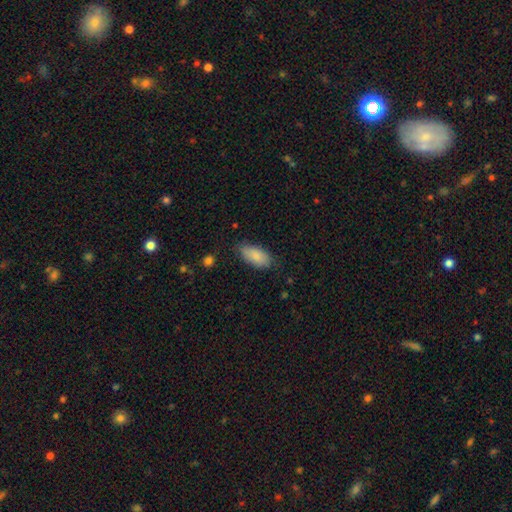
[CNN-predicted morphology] A smooth galaxy with no disk features (86%) that is in between round and cigar-shaped (90%).

Vote fractions:
- Smooth or featured? smooth: 86% / featured or disk: 8% / star or artifact: 6%
- How rounded? in between: 90% / cigar-shaped: 7% / round: 2%
- Merging? none: 76% / minor disturbance: 19% / major disturbance: 4% / merger: 1%